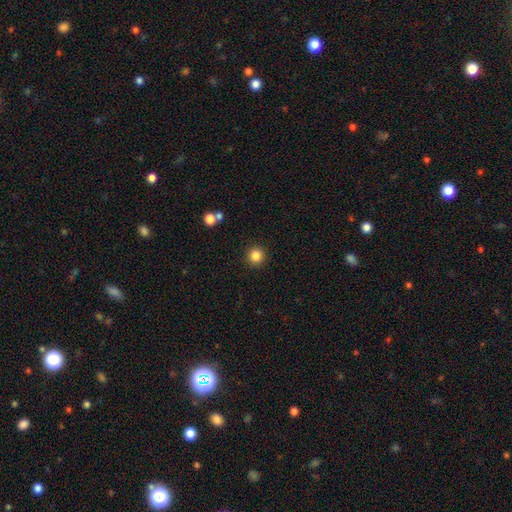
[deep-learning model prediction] The model was most divided on "smooth or featured": smooth: 85%, star or artifact: 11%, featured or disk: 4%. More confident: how rounded — round (95%); merging — none (92%).